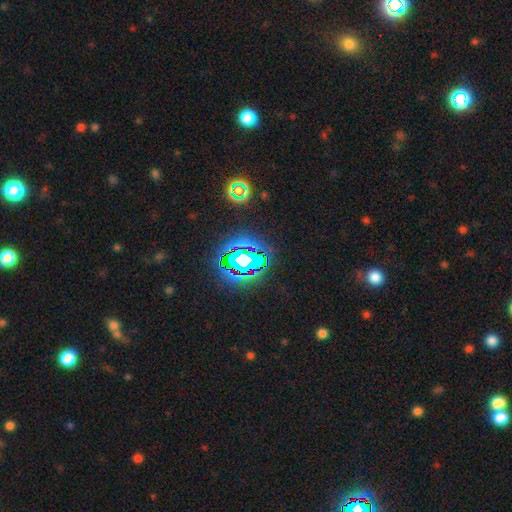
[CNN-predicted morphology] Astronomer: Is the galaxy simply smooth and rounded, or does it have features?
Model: star or artifact — 82%.